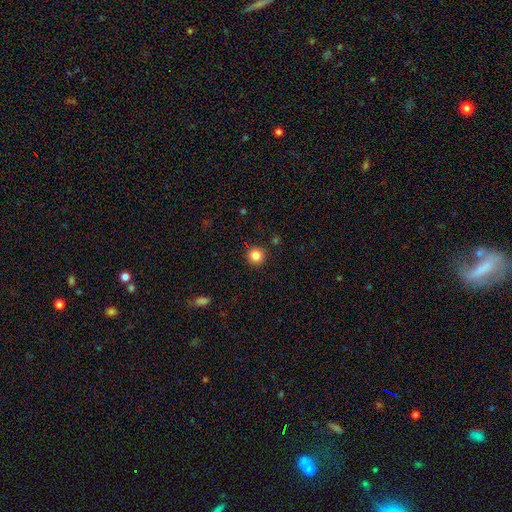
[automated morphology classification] The model was most divided on "smooth or featured": smooth: 84%, star or artifact: 11%, featured or disk: 5%. More confident: how rounded — round (95%); merging — none (91%).